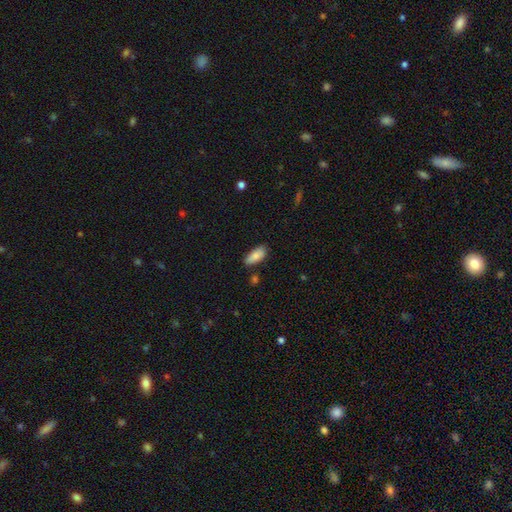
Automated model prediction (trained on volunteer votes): Smooth or featured?
  - smooth: 83% *
  - featured or disk: 10%
  - star or artifact: 7%
How rounded?
  - in between: 87% *
  - cigar-shaped: 11%
  - round: 2%
Merging?
  - none: 73% *
  - minor disturbance: 21%
  - major disturbance: 3%
  - merger: 3%